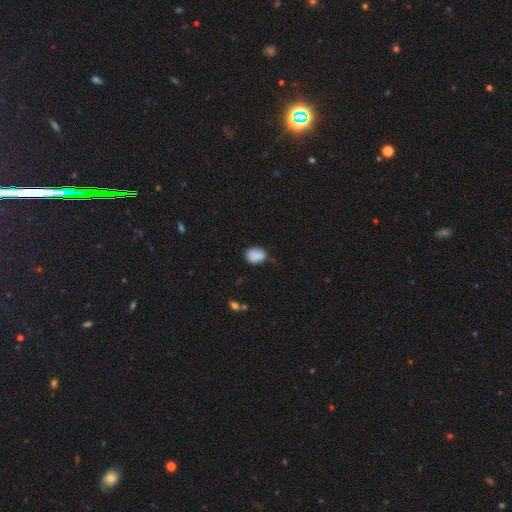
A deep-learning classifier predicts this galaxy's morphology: Overall: smooth (84%). How rounded: in between (66%; round 33%). Merging: none (57%; minor disturbance 32%).